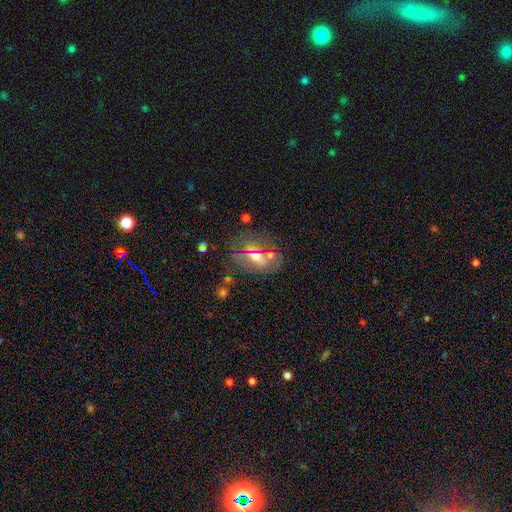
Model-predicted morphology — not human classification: smooth_or_featured: smooth (p=0.44) [alt: featured or disk p=0.31]
merging: none (p=0.65) [alt: minor disturbance p=0.16]